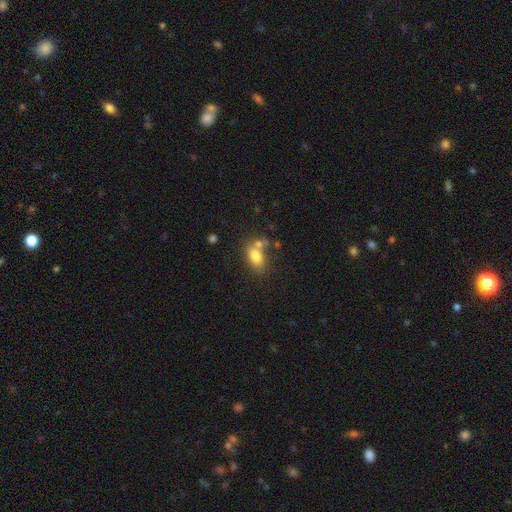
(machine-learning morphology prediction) Smooth or featured?
  - smooth: 78% *
  - featured or disk: 12%
  - star or artifact: 10%
How rounded?
  - in between: 84% *
  - round: 13%
  - cigar-shaped: 3%
Merging?
  - none: 49% *
  - merger: 29%
  - minor disturbance: 16%
  - major disturbance: 6%